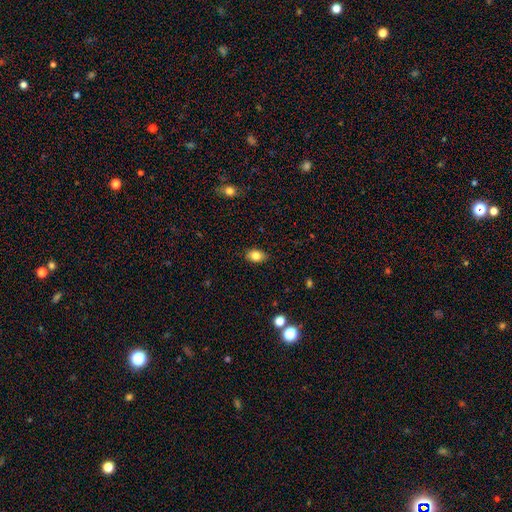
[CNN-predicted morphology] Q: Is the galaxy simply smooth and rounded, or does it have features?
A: smooth — 82%.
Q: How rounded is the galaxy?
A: in between — 82%.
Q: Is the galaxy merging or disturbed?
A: none — 87%.